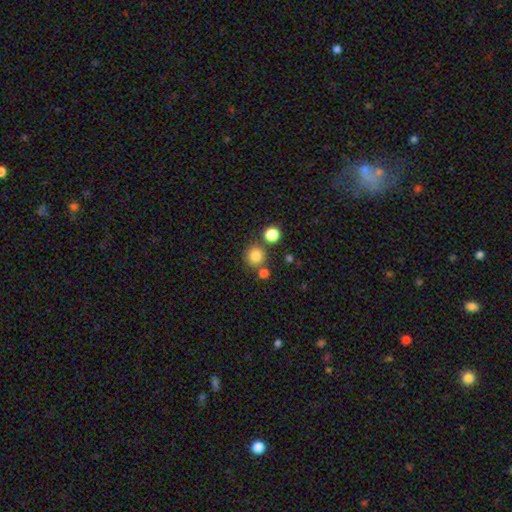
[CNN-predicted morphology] Q: Smooth or featured?
A: smooth (82%); runner-up: star or artifact (12%)
Q: How rounded?
A: round (91%); runner-up: in between (8%)
Q: Merging?
A: none (75%); runner-up: merger (13%)